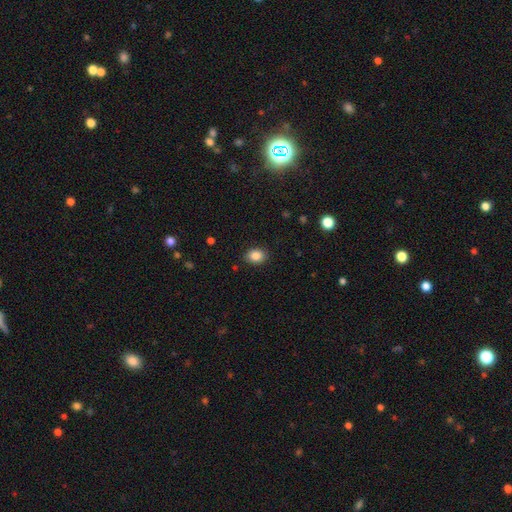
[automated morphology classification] smooth 86%, star or artifact 9%, featured or disk 5%. Down the decision tree: how rounded — in between (70%); merging — none (88%).